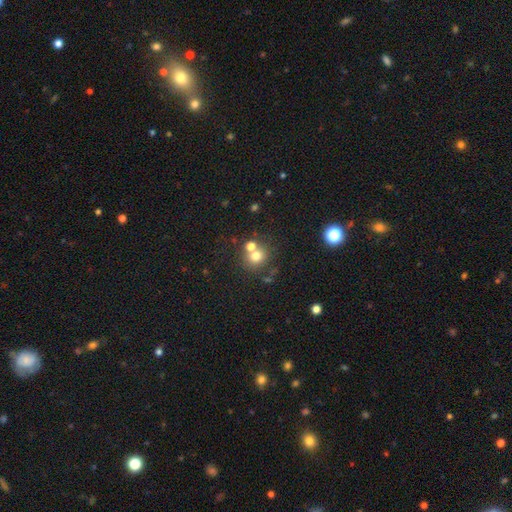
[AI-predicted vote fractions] Q: Smooth or featured?
A: smooth (71%); runner-up: star or artifact (16%)
Q: How rounded?
A: round (84%); runner-up: in between (15%)
Q: Merging?
A: none (56%); runner-up: merger (31%)